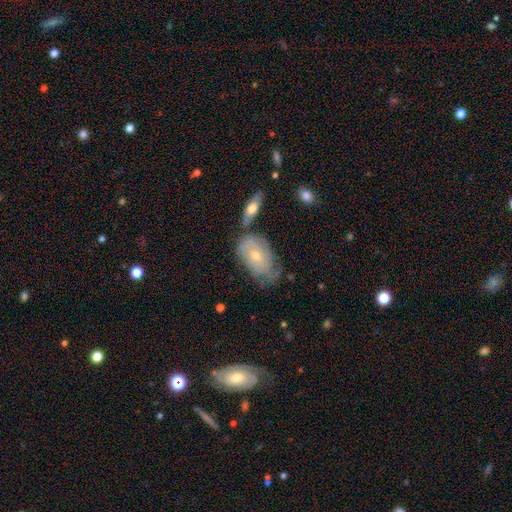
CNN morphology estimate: A featured or disk galaxy (58%) with no bar (80%), spiral arms (70%) and a small central bulge (61%).

Vote fractions:
- Smooth or featured? featured or disk: 58% / smooth: 33% / star or artifact: 9%
- Edge-on disk? no: 90% / yes: 10%
- Bar? no: 80% / weak: 17% / strong: 3%
- Spiral arms? yes: 70% / no: 30%
- Bulge size? small: 61% / moderate: 36% / large: 1% / none: 1% / dominant: 1%
- Merging? none: 46% / minor disturbance: 32% / major disturbance: 14% / merger: 8%